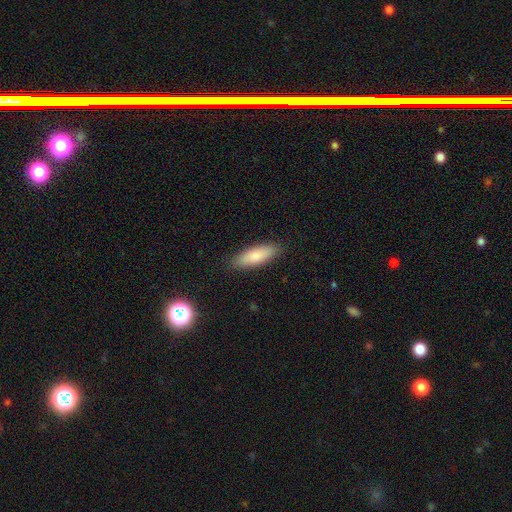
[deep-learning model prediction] Smooth or featured?
  - smooth: 82% *
  - featured or disk: 12%
  - star or artifact: 6%
How rounded?
  - in between: 52% *
  - cigar-shaped: 47%
  - round: 2%
Merging?
  - none: 87% *
  - minor disturbance: 10%
  - major disturbance: 2%
  - merger: 1%